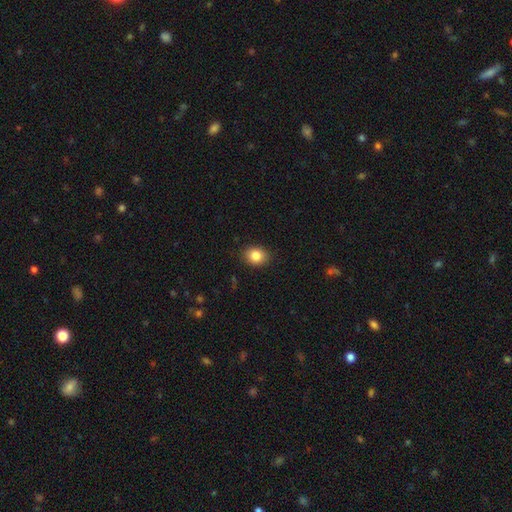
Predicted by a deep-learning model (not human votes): This appears to be a smooth galaxy with no disk features (85%) that is round (52%). Merging: none (88%).